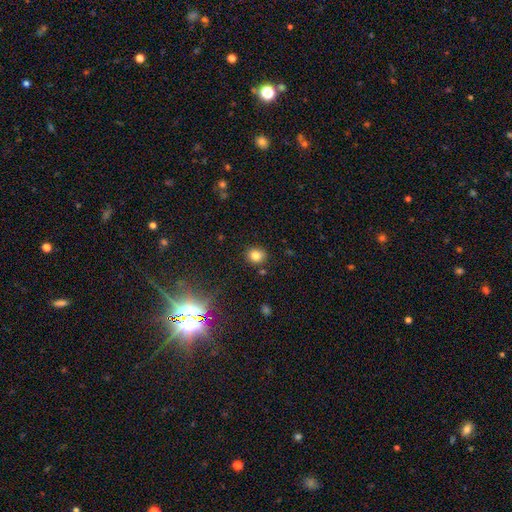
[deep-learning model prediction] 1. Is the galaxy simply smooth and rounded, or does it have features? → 81% smooth, 13% star or artifact, 7% featured or disk.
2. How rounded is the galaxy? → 73% round, 26% in between, 1% cigar-shaped.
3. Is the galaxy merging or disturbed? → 85% none, 9% minor disturbance, 4% merger, 2% major disturbance.